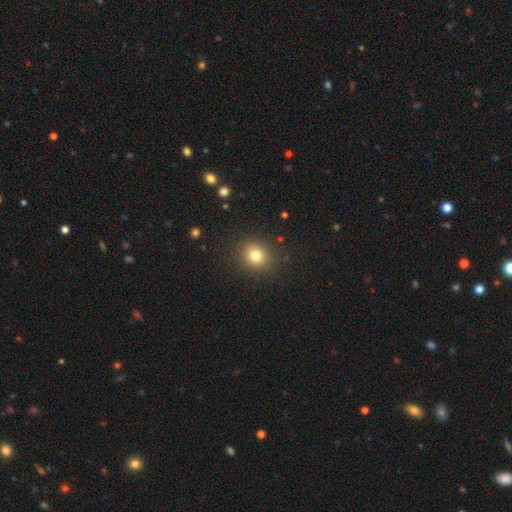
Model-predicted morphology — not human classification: This appears to be a smooth galaxy with no disk features (79%) that is round (82%). Merging: none (89%).